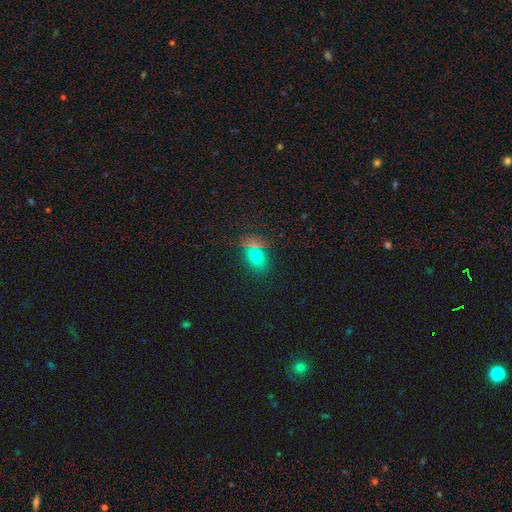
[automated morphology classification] This is likely a smooth galaxy (70%). How rounded: likely in between (71%). Merging: clearly none (81%).